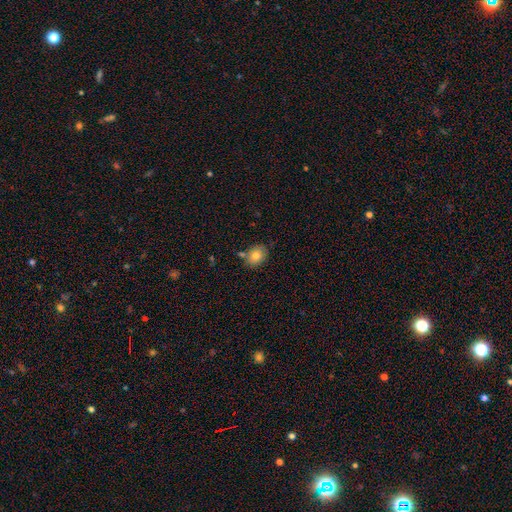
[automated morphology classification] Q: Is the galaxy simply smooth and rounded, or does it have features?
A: smooth — 80%.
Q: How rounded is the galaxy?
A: in between — 57%.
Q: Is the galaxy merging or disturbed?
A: none — 73%.